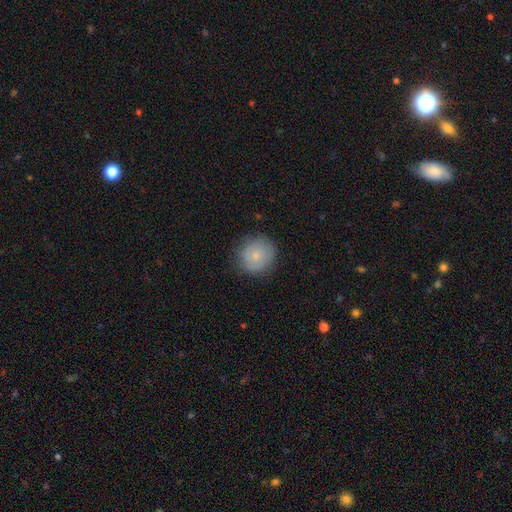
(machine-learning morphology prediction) smooth-or-featured: smooth: 76% | featured or disk: 16% | star or artifact: 8%
  how-rounded: round: 89% | in between: 10% | cigar-shaped: 1%
  merging: none: 82% | minor disturbance: 13% | major disturbance: 3% | merger: 1%